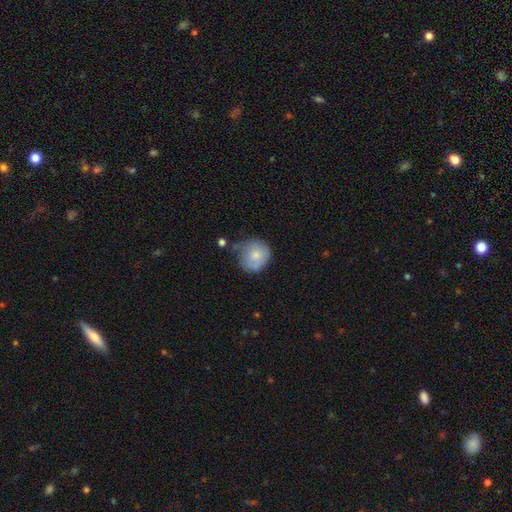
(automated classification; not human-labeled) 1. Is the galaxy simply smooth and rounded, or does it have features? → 75% smooth, 18% featured or disk, 7% star or artifact.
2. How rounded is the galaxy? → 85% round, 14% in between, 1% cigar-shaped.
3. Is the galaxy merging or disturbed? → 50% none, 33% minor disturbance, 11% major disturbance, 7% merger.